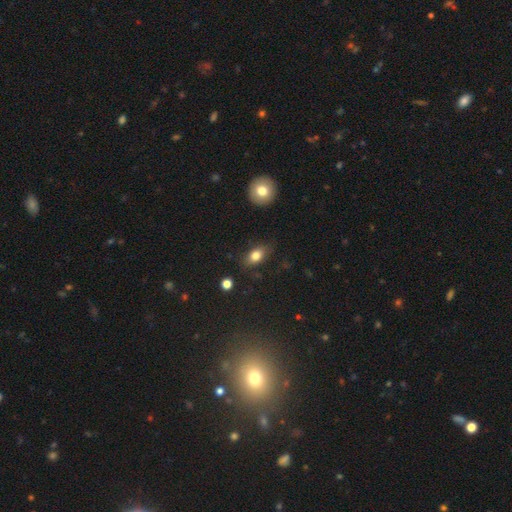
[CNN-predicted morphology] type=smooth (79%); roundness=in between (82%); merging=none (79%).